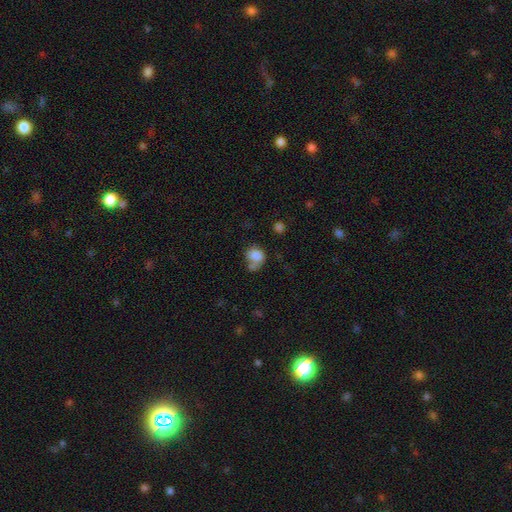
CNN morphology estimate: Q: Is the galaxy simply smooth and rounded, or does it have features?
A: smooth — 81%.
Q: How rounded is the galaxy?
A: round — 56%.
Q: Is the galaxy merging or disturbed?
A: none — 37%.